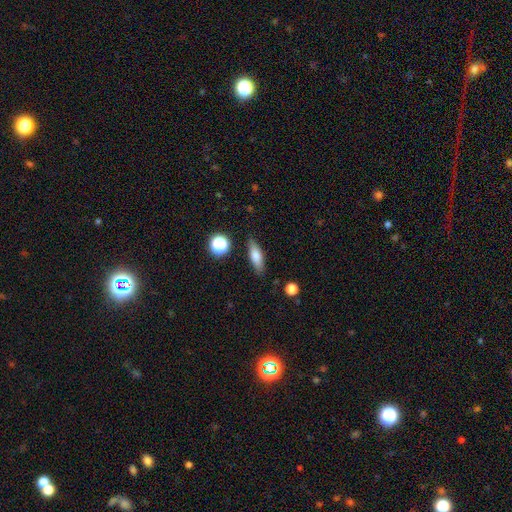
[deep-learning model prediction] smooth-or-featured: smooth: 70% | featured or disk: 21% | star or artifact: 9%
  how-rounded: in between: 49% | cigar-shaped: 46% | round: 5%
  merging: none: 84% | minor disturbance: 11% | major disturbance: 3% | merger: 2%